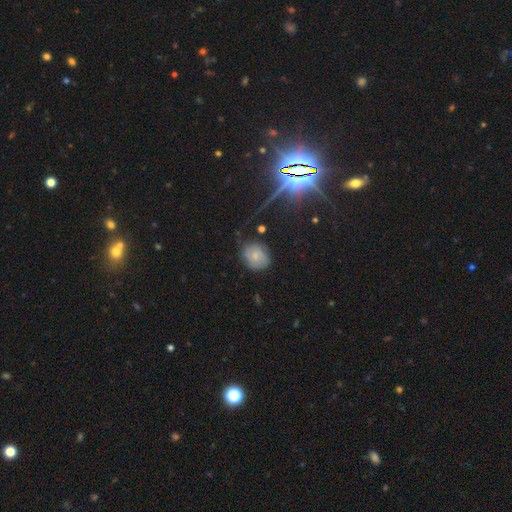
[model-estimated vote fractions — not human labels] A smooth galaxy with no disk features (64%) that is round (60%).

Vote fractions:
- Smooth or featured? smooth: 64% / featured or disk: 24% / star or artifact: 12%
- How rounded? round: 60% / in between: 39% / cigar-shaped: 1%
- Merging? none: 74% / minor disturbance: 19% / major disturbance: 5% / merger: 2%